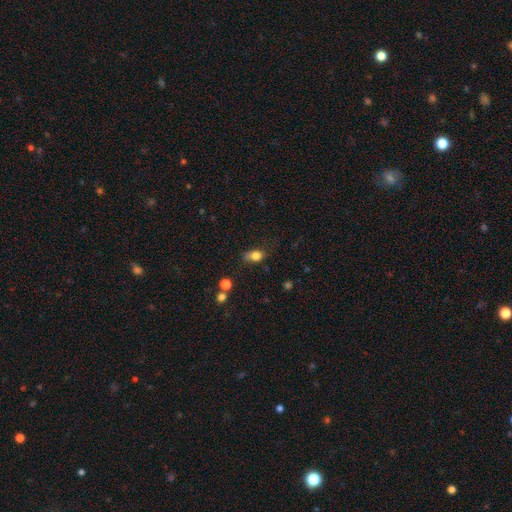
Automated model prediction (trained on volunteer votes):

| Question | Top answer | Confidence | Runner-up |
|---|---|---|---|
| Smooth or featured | smooth | 81% | star or artifact (11%) |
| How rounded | in between | 64% | round (33%) |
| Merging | none | 50% | minor disturbance (32%) |